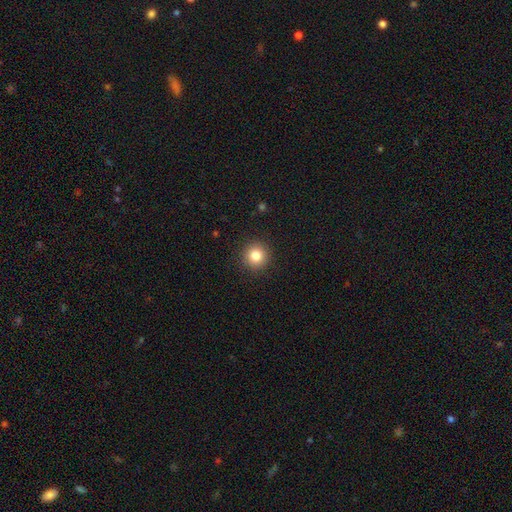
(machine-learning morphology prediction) A smooth galaxy with no disk features (83%) that is round (94%).

Vote fractions:
- Smooth or featured? smooth: 83% / star or artifact: 11% / featured or disk: 6%
- How rounded? round: 94% / in between: 5% / cigar-shaped: 1%
- Merging? none: 92% / minor disturbance: 5% / major disturbance: 2% / merger: 1%